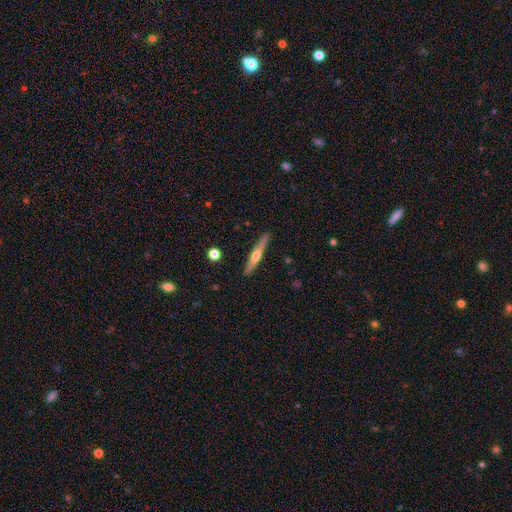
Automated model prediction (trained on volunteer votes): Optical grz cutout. It shows a featured or disk galaxy (60%) viewed edge-on (96%) with a rounded central bulge (89%). Merging: none (89%).